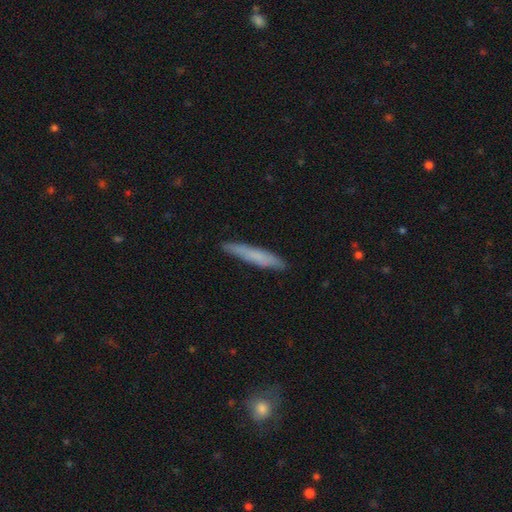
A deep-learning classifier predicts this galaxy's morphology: This appears to be a smooth galaxy with no disk features (67%) that is cigar-shaped (94%). Merging: none (87%).